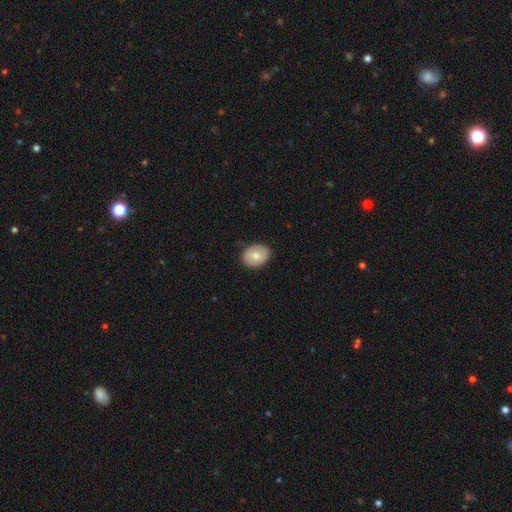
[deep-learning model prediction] smooth-or-featured: smooth: 74% | featured or disk: 19% | star or artifact: 7%
  how-rounded: in between: 62% | round: 38% | cigar-shaped: 1%
  merging: none: 86% | minor disturbance: 11% | major disturbance: 2% | merger: 1%